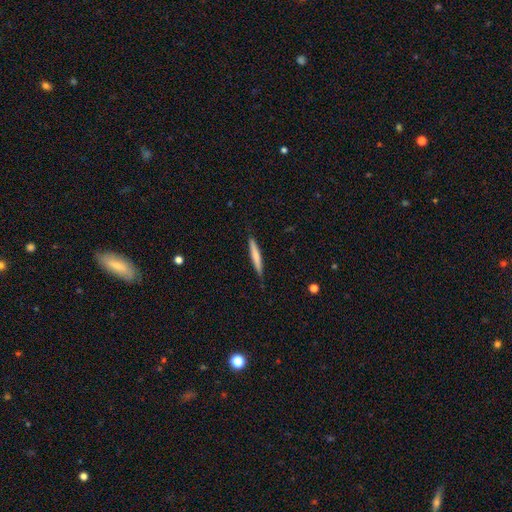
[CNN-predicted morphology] This appears to be a smooth galaxy with no disk features (66%) that is cigar-shaped (95%). Merging: none (85%).